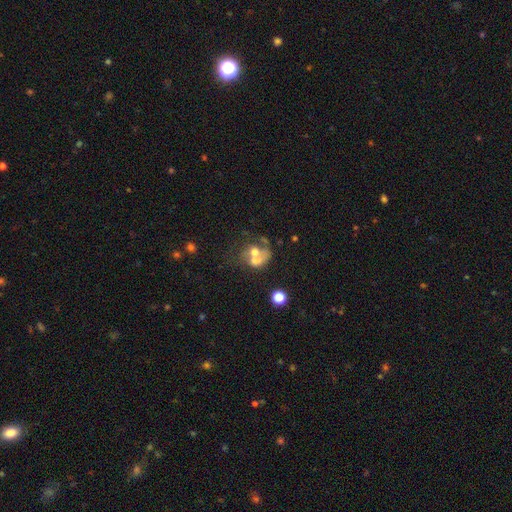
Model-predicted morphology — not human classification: A smooth galaxy with no disk features (45%).

Vote fractions:
- Smooth or featured? smooth: 45% / featured or disk: 41% / star or artifact: 13%
- Merging? merger: 54% / none: 19% / major disturbance: 17% / minor disturbance: 10%